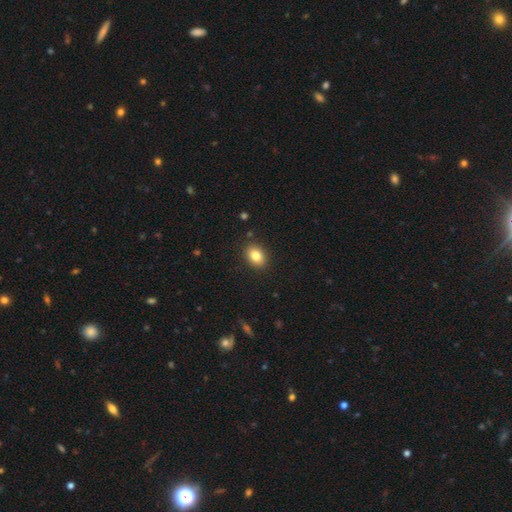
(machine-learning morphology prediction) Overall: smooth (82%). How rounded: in between (74%). Merging: none (88%).